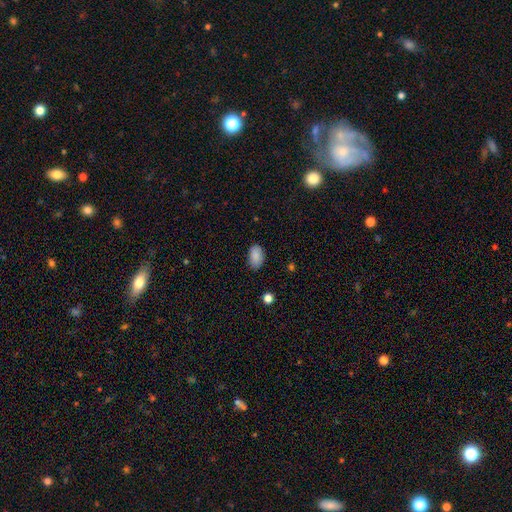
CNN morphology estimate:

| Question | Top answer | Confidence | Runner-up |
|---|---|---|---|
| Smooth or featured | smooth | 88% | star or artifact (8%) |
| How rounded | in between | 92% | round (6%) |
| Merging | none | 82% | minor disturbance (14%) |